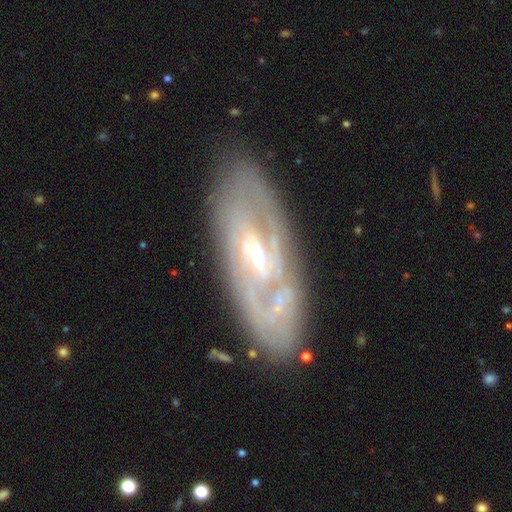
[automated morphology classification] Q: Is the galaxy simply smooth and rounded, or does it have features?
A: featured or disk — 82%.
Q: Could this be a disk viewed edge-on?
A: no — 90%.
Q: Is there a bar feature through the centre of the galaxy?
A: weak — 48%.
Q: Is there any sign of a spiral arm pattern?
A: yes — 89%.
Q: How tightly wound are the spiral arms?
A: tight — 50%.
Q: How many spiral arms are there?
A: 2 — 49%.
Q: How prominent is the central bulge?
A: moderate — 43%.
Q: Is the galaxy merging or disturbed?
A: none — 77%.